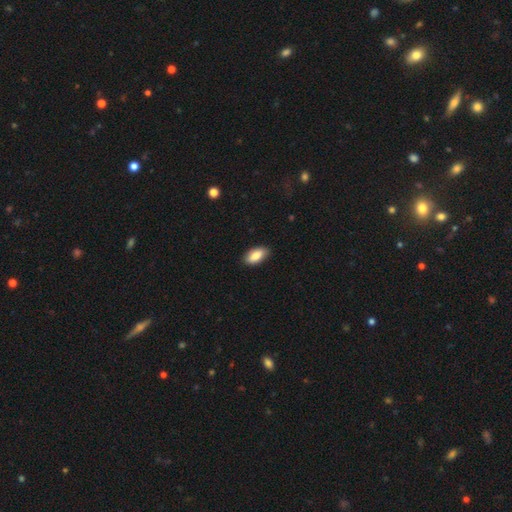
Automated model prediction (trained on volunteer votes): Morphology: type=smooth (87%); roundness=in between (92%); merging=none (87%).